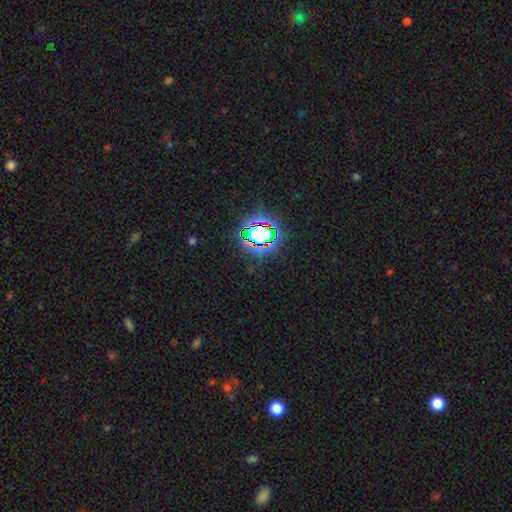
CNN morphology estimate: smooth-or-featured: star or artifact: 80% | smooth: 13% | featured or disk: 8%